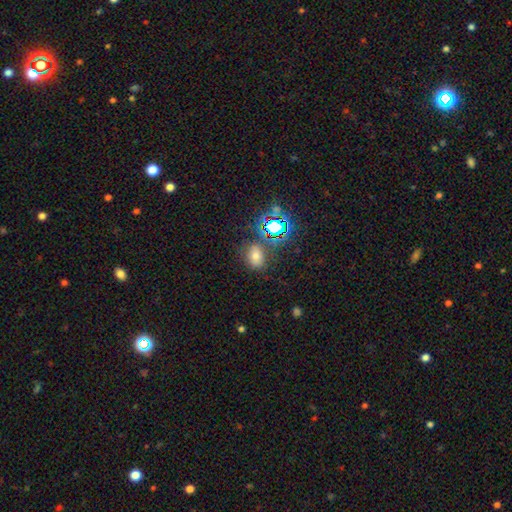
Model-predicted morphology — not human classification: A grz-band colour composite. It shows a smooth galaxy with no disk features (58%) that is in between round and cigar-shaped (65%). Merging: none (74%).